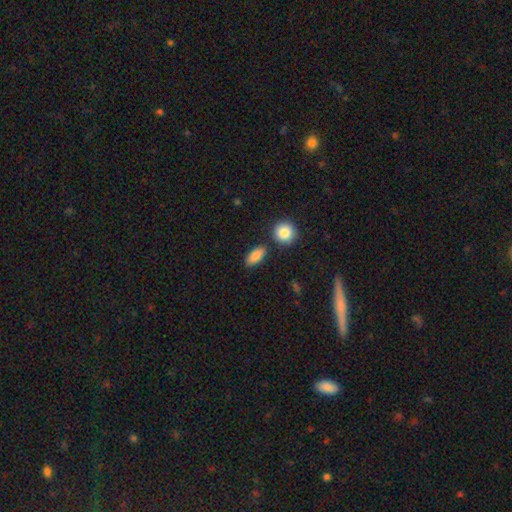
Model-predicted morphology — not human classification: Smooth or featured: smooth — 86% (star or artifact — 7%)
How rounded: in between — 83% (cigar-shaped — 10%)
Merging: none — 80% (minor disturbance — 11%)